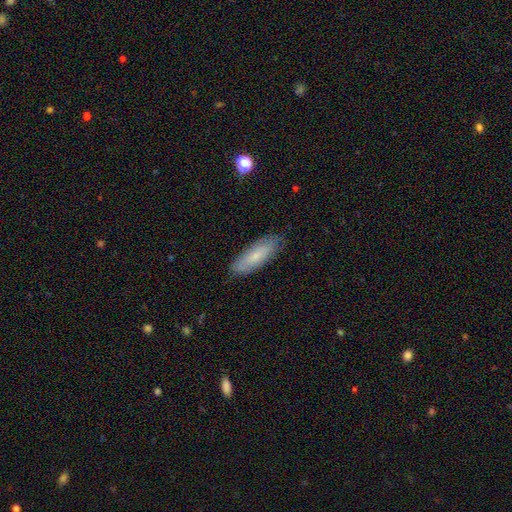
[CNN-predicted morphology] Smooth or featured? smooth (65%)
How rounded? in between (54%)
Merging? none (83%)